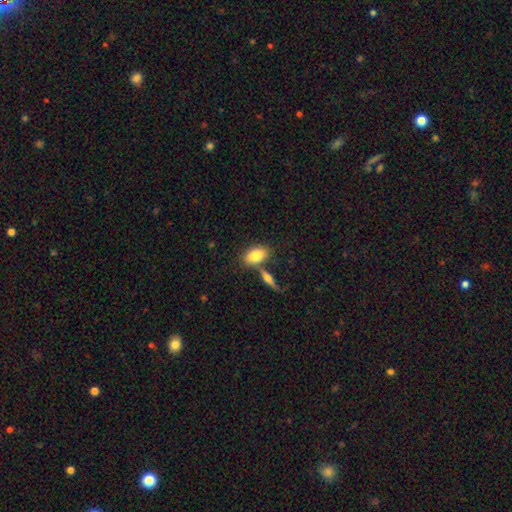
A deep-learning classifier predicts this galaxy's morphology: Smooth or featured: smooth — 78% (featured or disk — 15%)
How rounded: in between — 89% (round — 7%)
Merging: none — 61% (merger — 24%)